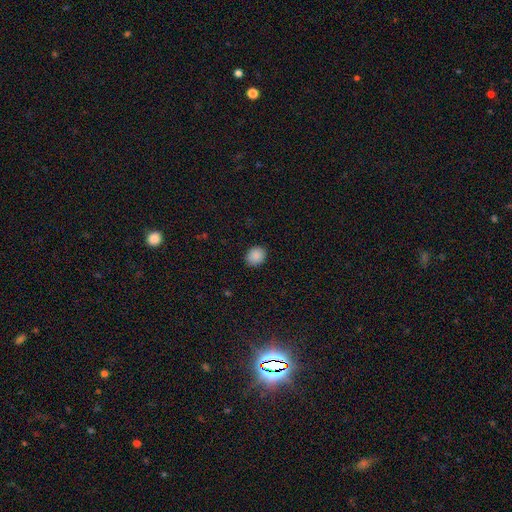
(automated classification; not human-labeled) A smooth galaxy with no disk features (89%) that is round (55%).

Vote fractions:
- Smooth or featured? smooth: 89% / star or artifact: 8% / featured or disk: 3%
- How rounded? round: 55% / in between: 44% / cigar-shaped: 1%
- Merging? none: 90% / minor disturbance: 8% / major disturbance: 2% / merger: 1%